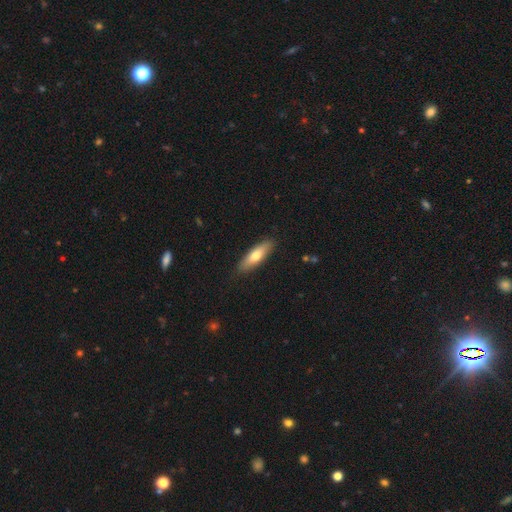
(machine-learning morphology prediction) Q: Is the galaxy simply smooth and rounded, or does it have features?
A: smooth — 67%.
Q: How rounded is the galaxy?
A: cigar-shaped — 54%.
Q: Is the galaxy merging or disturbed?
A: none — 87%.